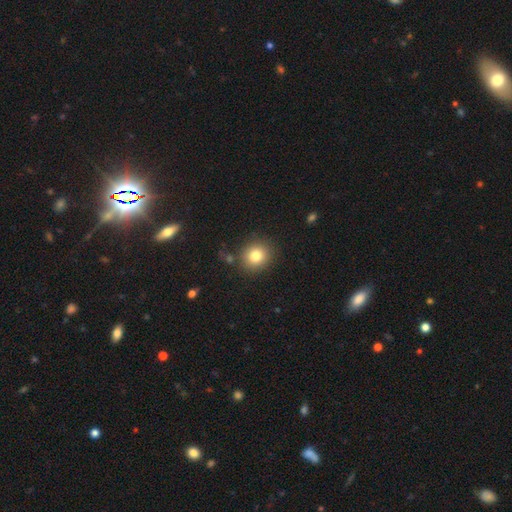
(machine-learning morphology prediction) type=smooth (81%); roundness=round (84%); merging=none (85%).